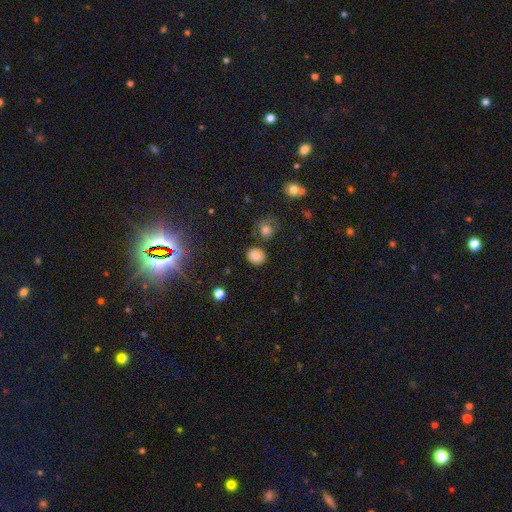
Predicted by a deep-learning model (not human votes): smooth_or_featured: smooth (p=0.82) [alt: star or artifact p=0.13]
how_rounded: round (p=0.72) [alt: in between p=0.27]
merging: none (p=0.83) [alt: minor disturbance p=0.10]